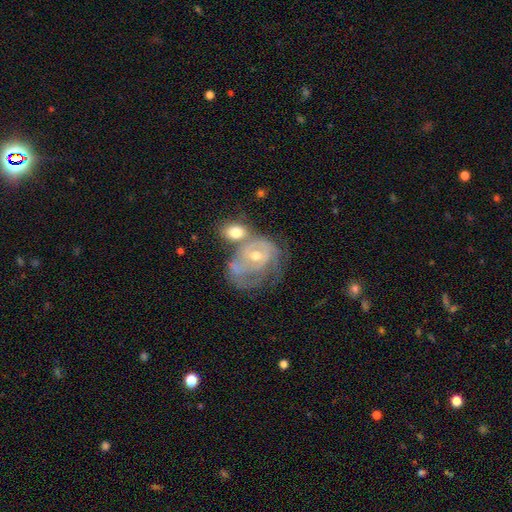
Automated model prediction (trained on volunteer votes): smooth_or_featured: featured or disk (p=0.76) [alt: smooth p=0.17]
disk_edge_on: no (p=0.97) [alt: yes p=0.03]
bar: no (p=0.64) [alt: weak p=0.29]
has_spiral_arms: yes (p=0.81) [alt: no p=0.19]
spiral_winding: tight (p=0.57) [alt: medium p=0.31]
spiral_arm_count: can't tell (p=0.43) [alt: 2 p=0.28]
bulge_size: moderate (p=0.51) [alt: small p=0.45]
merging: merger (p=0.39) [alt: none p=0.27]